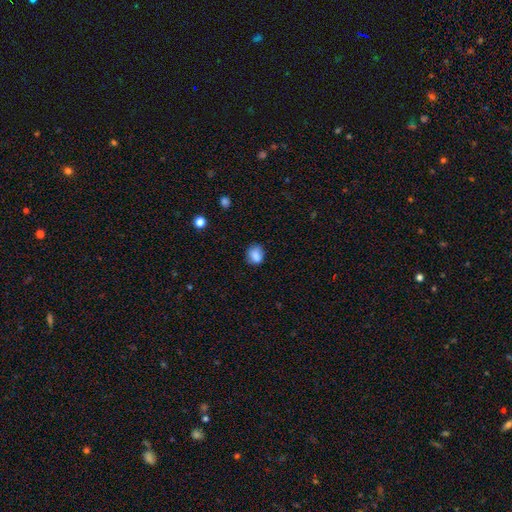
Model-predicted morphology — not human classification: smooth 82%, star or artifact 10%, featured or disk 8%. Down the decision tree: how rounded — round (57%); merging — none (70%).